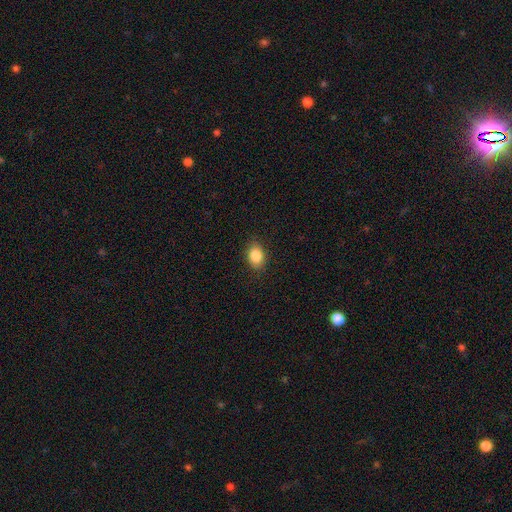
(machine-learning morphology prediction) Q: Smooth or featured?
A: smooth (87%); runner-up: star or artifact (8%)
Q: How rounded?
A: in between (73%); runner-up: round (25%)
Q: Merging?
A: none (87%); runner-up: minor disturbance (10%)